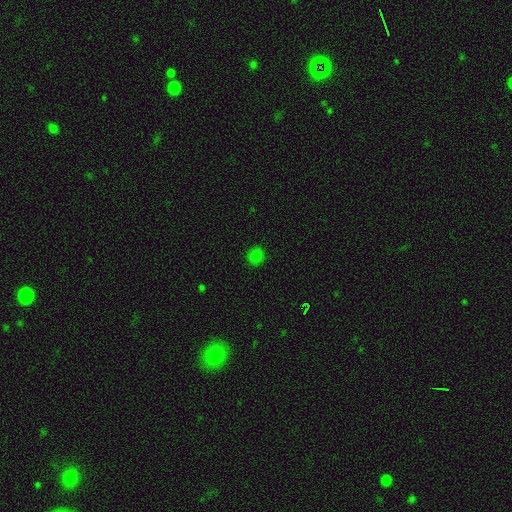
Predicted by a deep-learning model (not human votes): This appears to be a smooth galaxy with no disk features (80%) that is round (84%). Merging: none (89%).